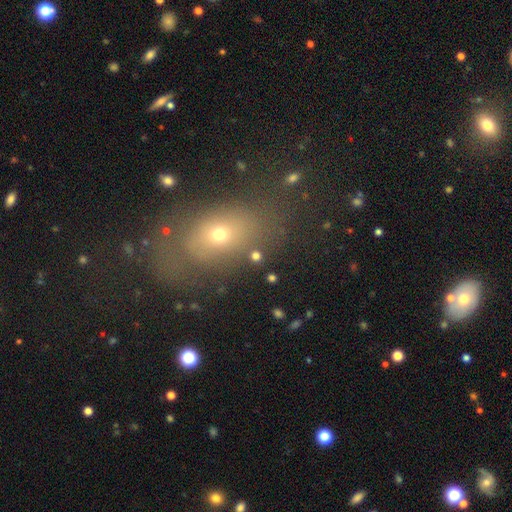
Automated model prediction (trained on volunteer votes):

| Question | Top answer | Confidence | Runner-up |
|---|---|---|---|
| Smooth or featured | smooth | 65% | star or artifact (22%) |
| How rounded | round | 54% | in between (42%) |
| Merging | none | 76% | minor disturbance (10%) |